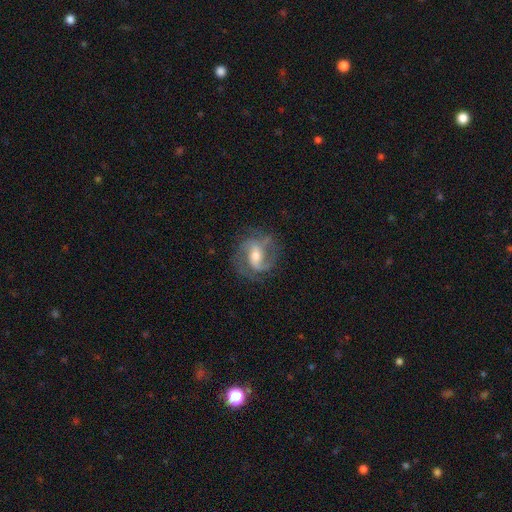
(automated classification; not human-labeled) Smooth or featured?
  - featured or disk: 84% *
  - smooth: 10%
  - star or artifact: 6%
Edge-on disk?
  - no: 97% *
  - yes: 3%
Bar?
  - weak: 47% *
  - no: 27%
  - strong: 26%
Spiral arms?
  - yes: 95% *
  - no: 5%
Spiral winding?
  - medium: 52% *
  - loose: 24%
  - tight: 24%
Spiral arm count?
  - 2: 68% *
  - 3: 13%
  - can't tell: 8%
  - 1: 6%
  - 4: 2%
  - more than 4: 2%
Bulge size?
  - moderate: 62% *
  - small: 28%
  - large: 7%
  - none: 2%
  - dominant: 1%
Merging?
  - none: 69% *
  - minor disturbance: 18%
  - major disturbance: 11%
  - merger: 1%